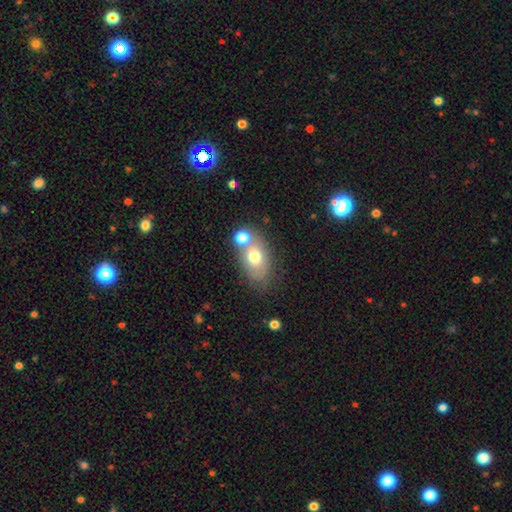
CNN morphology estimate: smooth 62%, star or artifact 21%, featured or disk 17%. Down the decision tree: how rounded — in between (73%); merging — none (66%).